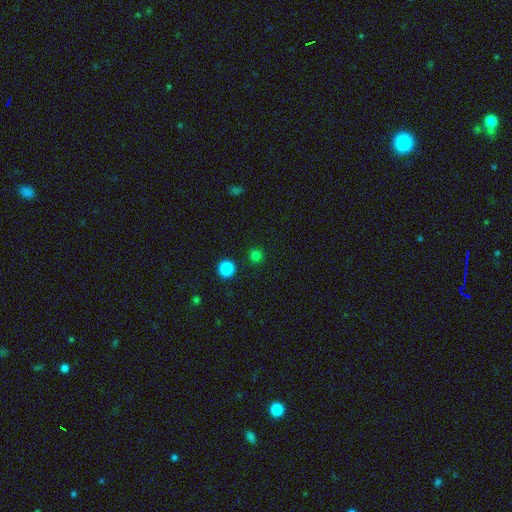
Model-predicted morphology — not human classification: Smooth or featured?
  - smooth: 77% *
  - star or artifact: 20%
  - featured or disk: 3%
How rounded?
  - round: 95% *
  - in between: 4%
  - cigar-shaped: 1%
Merging?
  - none: 90% *
  - minor disturbance: 5%
  - merger: 3%
  - major disturbance: 2%